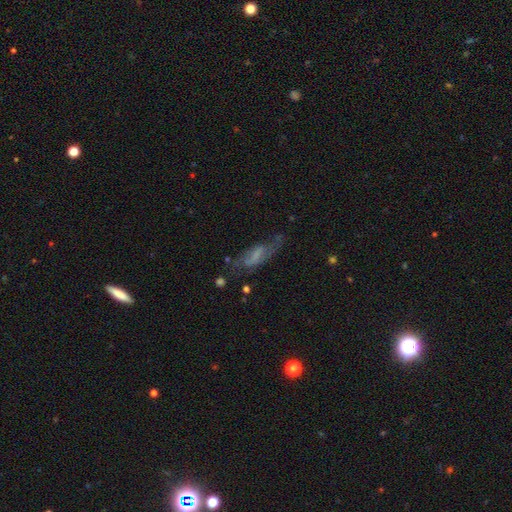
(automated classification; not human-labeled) This is possibly a featured or disk galaxy (55%). It is clearly not viewed edge-on (80%). Merging: possibly none (48%).